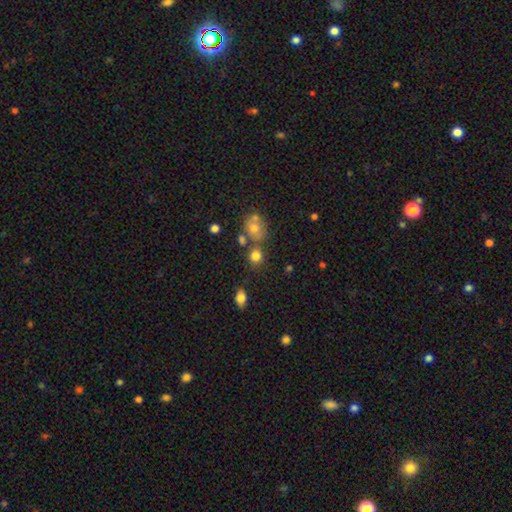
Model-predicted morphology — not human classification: This is likely a smooth galaxy (79%). How rounded: likely round (79%). Merging: likely none (65%).